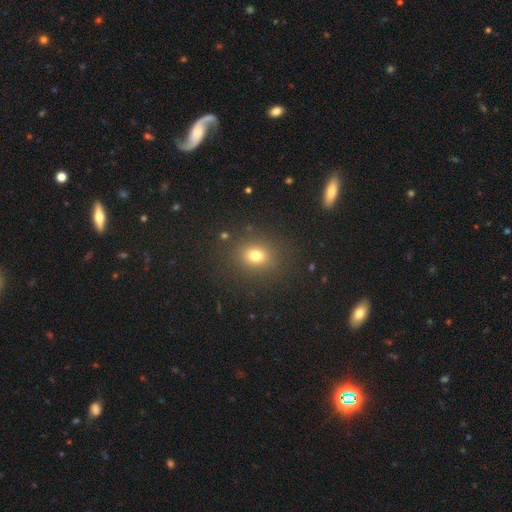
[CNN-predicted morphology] This appears to be a smooth galaxy with no disk features (75%) that is round (66%). Merging: none (86%).